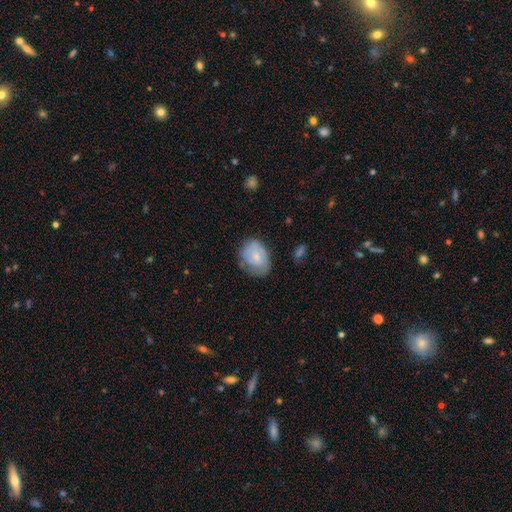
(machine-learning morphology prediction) The model was most divided on "merging": none: 57%, minor disturbance: 30%, major disturbance: 10%, merger: 2%. More confident: how rounded — in between (65%); smooth or featured — smooth (64%).